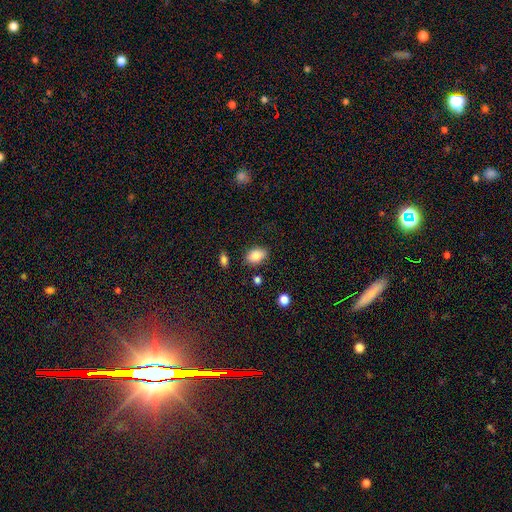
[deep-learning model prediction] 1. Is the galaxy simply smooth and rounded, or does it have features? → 85% smooth, 8% star or artifact, 7% featured or disk.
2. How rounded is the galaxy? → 88% in between, 11% round, 1% cigar-shaped.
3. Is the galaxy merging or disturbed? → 82% none, 12% minor disturbance, 3% merger, 3% major disturbance.